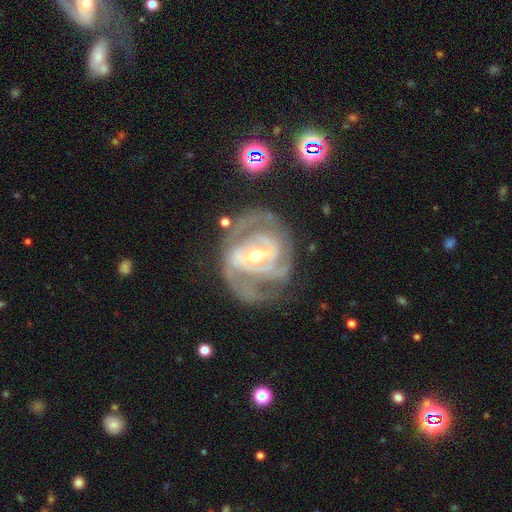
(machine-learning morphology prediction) Smooth or featured: featured or disk — 88% (smooth — 6%)
Edge-on disk: no — 97% (yes — 3%)
Bar: weak — 41% (strong — 33%)
Spiral arms: yes — 91% (no — 9%)
Spiral winding: tight — 54% (medium — 36%)
Spiral arm count: 2 — 35% (can't tell — 26%)
Bulge size: moderate — 54% (small — 41%)
Merging: none — 56% (major disturbance — 21%)